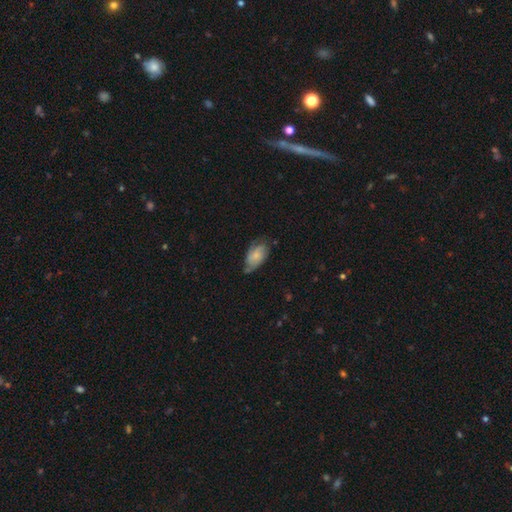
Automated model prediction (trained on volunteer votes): Smooth or featured? smooth (55%)
How rounded? in between (92%)
Merging? none (50%)